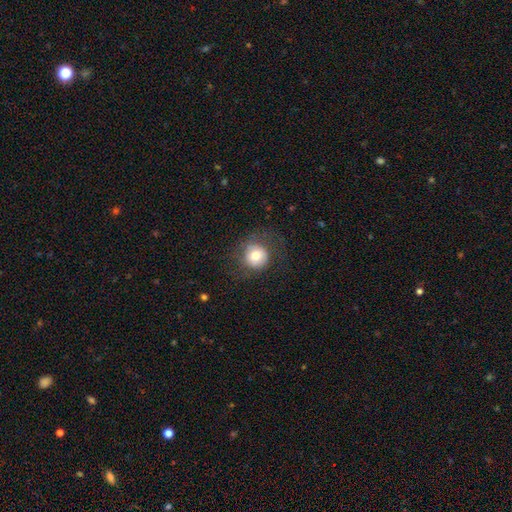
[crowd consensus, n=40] smooth 72%, featured or disk 15%, star or artifact 12%. Down the decision tree: how rounded — round (100%); merging — none (60%).